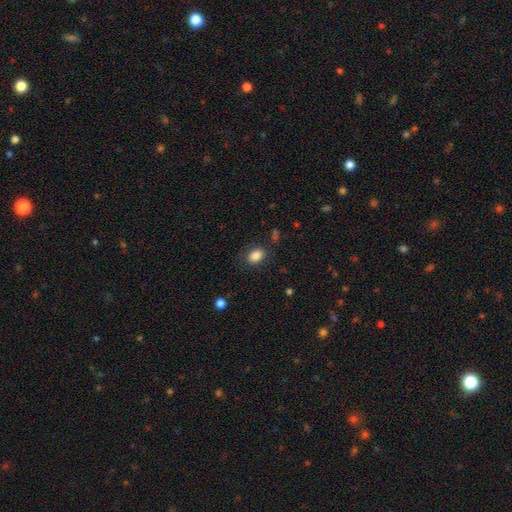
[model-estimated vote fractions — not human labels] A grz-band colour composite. It shows a smooth galaxy with no disk features (85%) that is in between round and cigar-shaped (62%). Merging: none (80%).